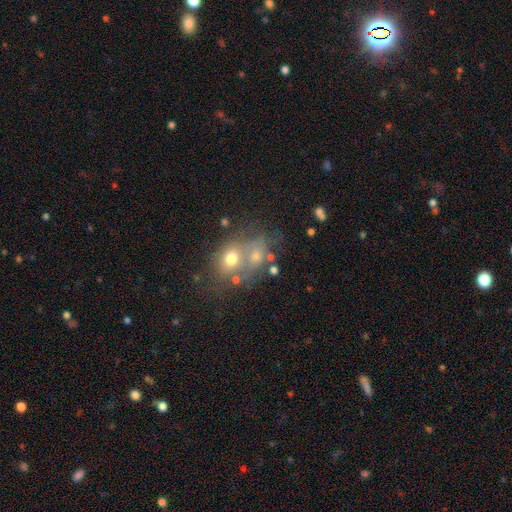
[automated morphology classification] A smooth galaxy with no disk features (57%) that is round (53%). Merging: merger (53%).